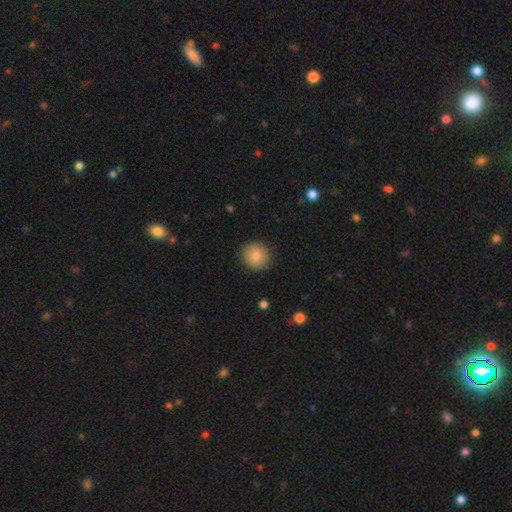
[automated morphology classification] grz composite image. It shows a smooth galaxy with no disk features (85%) that is round (84%). Merging: none (88%).